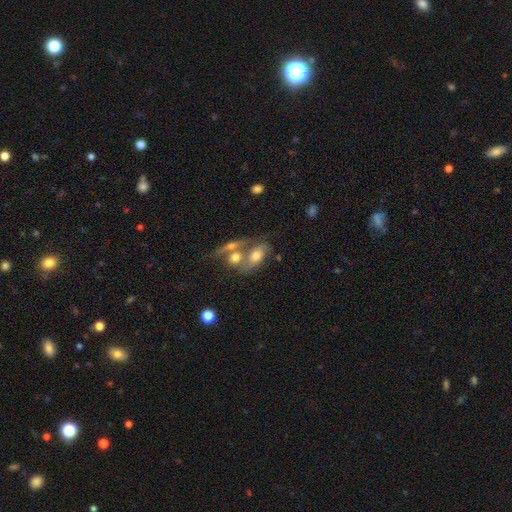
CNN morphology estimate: type=smooth (48%); merging=merger (53%).